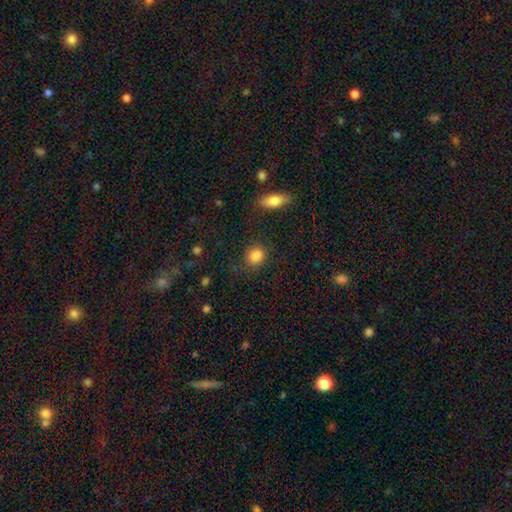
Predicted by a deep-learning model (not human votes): smooth 86%, star or artifact 10%, featured or disk 4%. Down the decision tree: how rounded — round (67%); merging — none (80%).